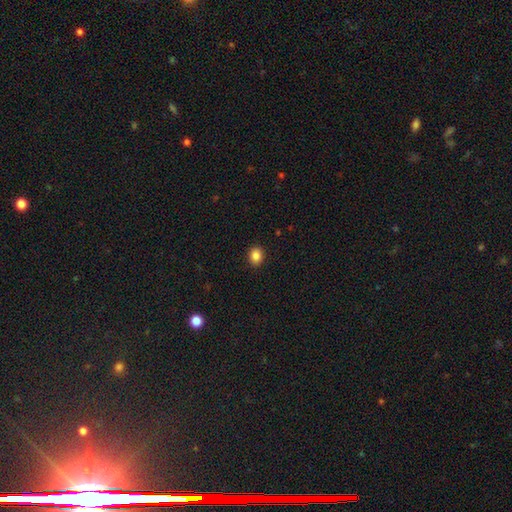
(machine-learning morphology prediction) Smooth or featured?
  - smooth: 86% *
  - star or artifact: 10%
  - featured or disk: 4%
How rounded?
  - round: 58% *
  - in between: 41%
  - cigar-shaped: 1%
Merging?
  - none: 91% *
  - minor disturbance: 6%
  - major disturbance: 2%
  - merger: 1%